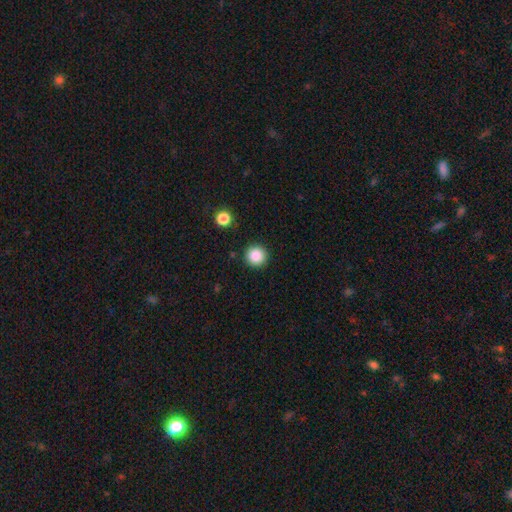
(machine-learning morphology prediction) Q: Smooth or featured?
A: smooth (86%); runner-up: star or artifact (10%)
Q: How rounded?
A: round (96%); runner-up: in between (3%)
Q: Merging?
A: none (91%); runner-up: minor disturbance (5%)